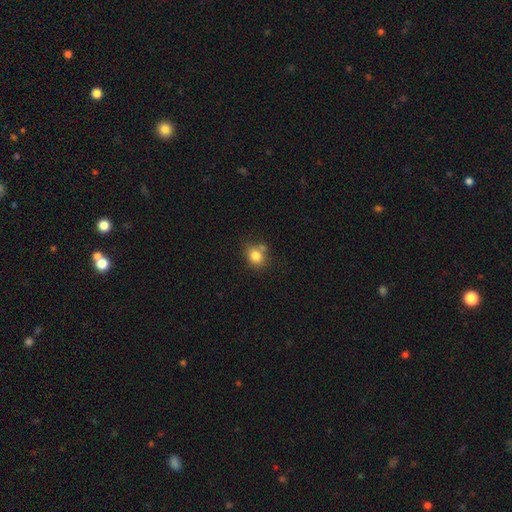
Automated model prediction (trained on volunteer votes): Morphology: type=smooth (82%); roundness=round (57%); merging=none (61%).